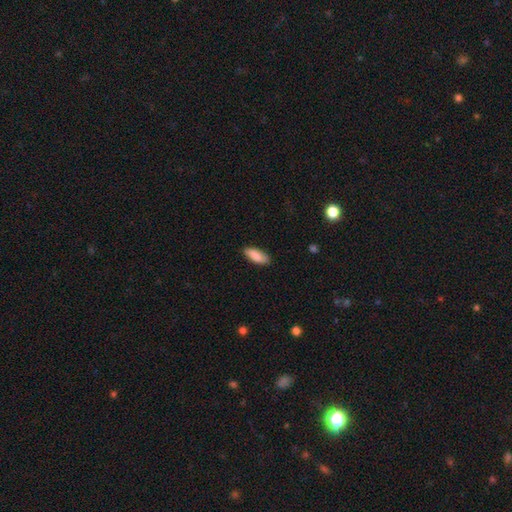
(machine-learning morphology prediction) Smooth or featured?
  - smooth: 85% *
  - featured or disk: 9%
  - star or artifact: 6%
How rounded?
  - in between: 78% *
  - cigar-shaped: 20%
  - round: 2%
Merging?
  - none: 84% *
  - minor disturbance: 12%
  - major disturbance: 2%
  - merger: 1%